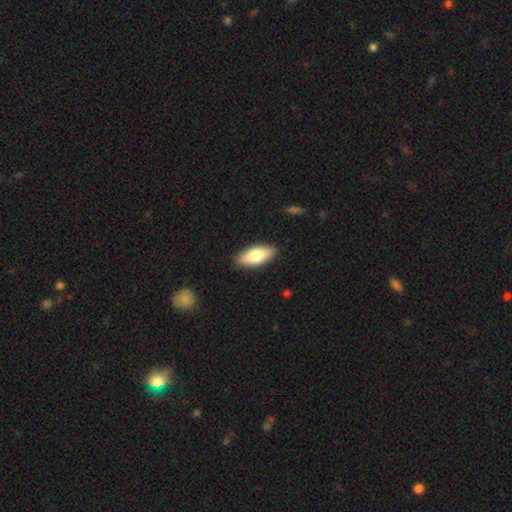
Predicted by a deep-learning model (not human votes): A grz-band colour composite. It shows a smooth galaxy with no disk features (78%) that is in between round and cigar-shaped (87%). Merging: none (88%).